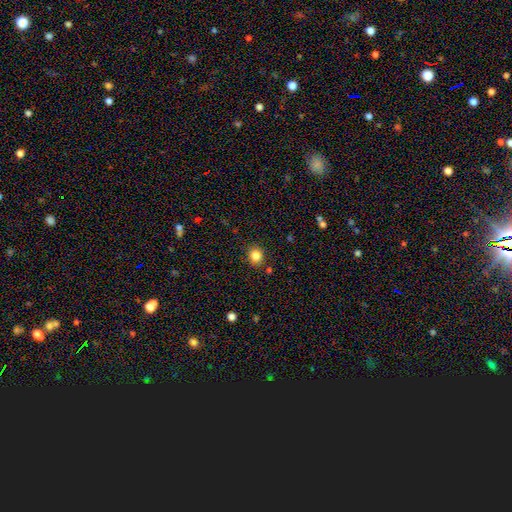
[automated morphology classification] A smooth galaxy with no disk features (84%) that is round (80%). Merging: none (86%).